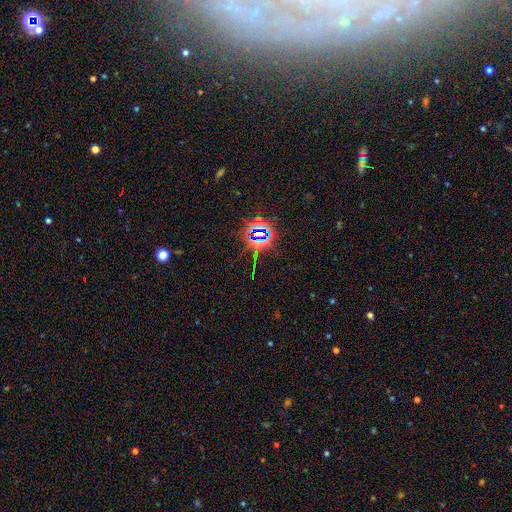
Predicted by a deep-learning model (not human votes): star or artifact 79%, smooth 11%, featured or disk 9%.